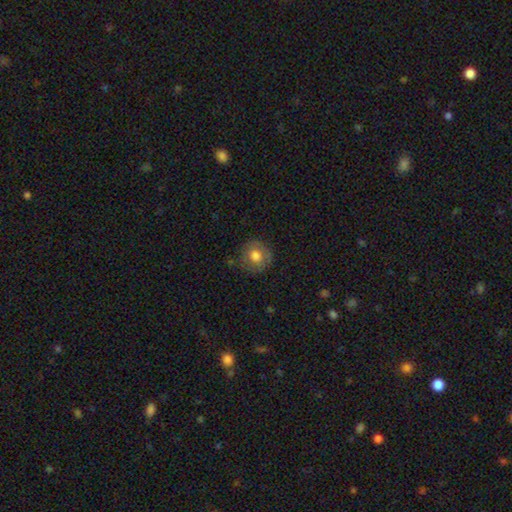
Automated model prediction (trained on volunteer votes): A smooth galaxy with no disk features (72%) that is round (87%).

Vote fractions:
- Smooth or featured? smooth: 72% / featured or disk: 20% / star or artifact: 9%
- How rounded? round: 87% / in between: 12% / cigar-shaped: 1%
- Merging? none: 76% / minor disturbance: 17% / major disturbance: 6% / merger: 2%